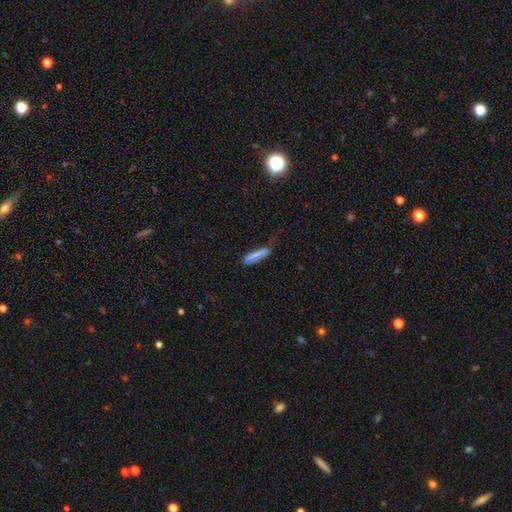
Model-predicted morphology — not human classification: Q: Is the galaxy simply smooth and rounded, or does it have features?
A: smooth — 83%.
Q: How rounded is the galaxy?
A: cigar-shaped — 87%.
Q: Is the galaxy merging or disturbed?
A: none — 73%.